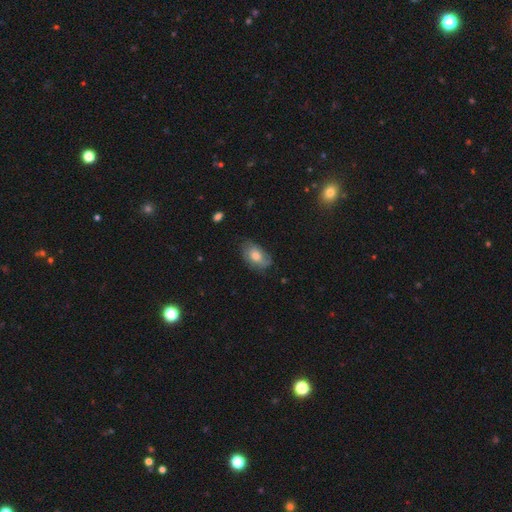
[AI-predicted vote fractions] smooth_or_featured: smooth (p=0.57) [alt: featured or disk p=0.35]
how_rounded: in between (p=0.89) [alt: round p=0.09]
merging: none (p=0.66) [alt: minor disturbance p=0.25]